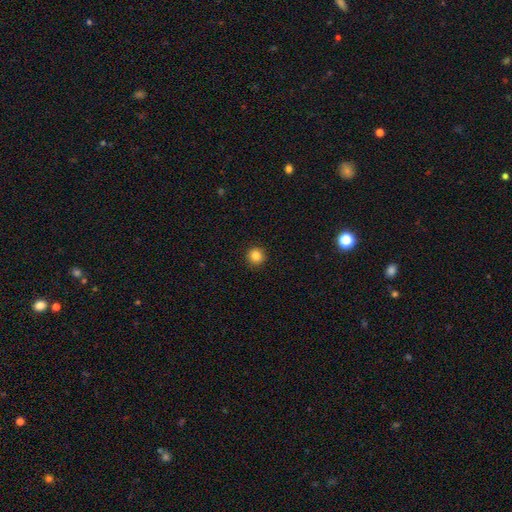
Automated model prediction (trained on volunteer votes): This is clearly a smooth galaxy (85%). How rounded: clearly round (95%). Merging: clearly none (93%).